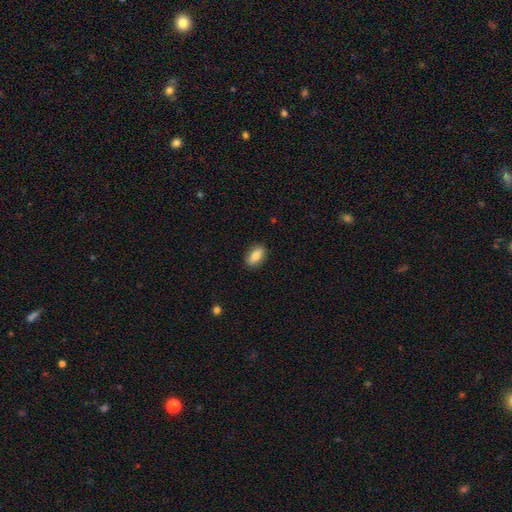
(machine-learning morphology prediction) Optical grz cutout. It shows a smooth galaxy with no disk features (81%) that is in between round and cigar-shaped (87%). Merging: none (88%).